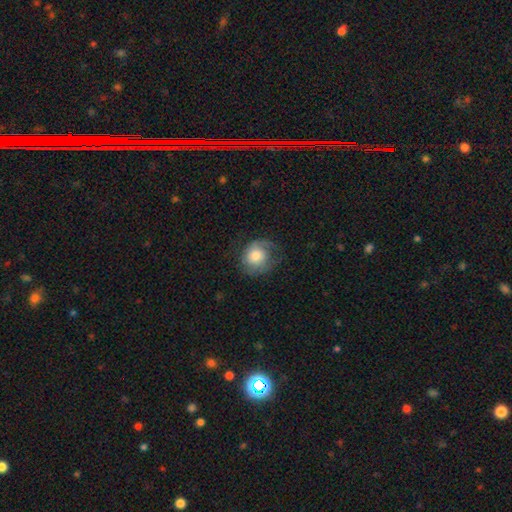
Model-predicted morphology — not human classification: A smooth galaxy with no disk features (64%) that is round (74%). Merging: none (55%).